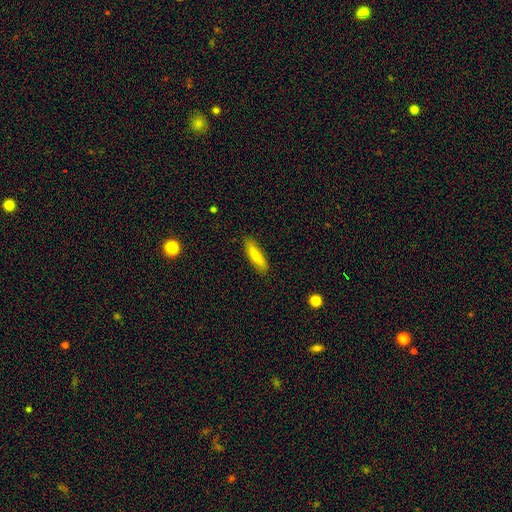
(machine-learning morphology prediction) A smooth galaxy with no disk features (69%) that is cigar-shaped (71%). Merging: none (87%).